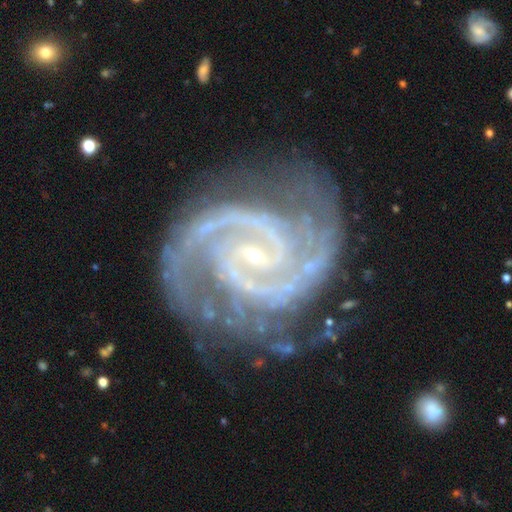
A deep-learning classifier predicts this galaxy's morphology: smooth-or-featured: featured or disk: 93% | star or artifact: 5% | smooth: 2%
  disk-edge-on: no: 98% | yes: 2%
    bar: weak: 42% | no: 37% | strong: 21%
    has-spiral-arms: yes: 99% | no: 1%
      spiral-winding: tight: 54% | medium: 41% | loose: 5%
      spiral-arm-count: 2: 73% | 3: 10% | can't tell: 5% | 4: 4% | more than 4: 4% | 1: 4%
    bulge-size: small: 85% | moderate: 9% | none: 4% | large: 1% | dominant: 1%
  merging: none: 71% | minor disturbance: 18% | major disturbance: 9% | merger: 2%